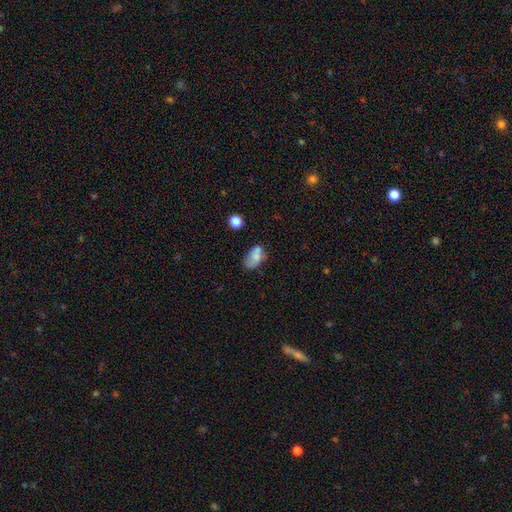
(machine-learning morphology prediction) Smooth or featured? Predicted: smooth (p=0.73). How rounded? Predicted: in between (p=0.89). Merging? Predicted: none (p=0.43).